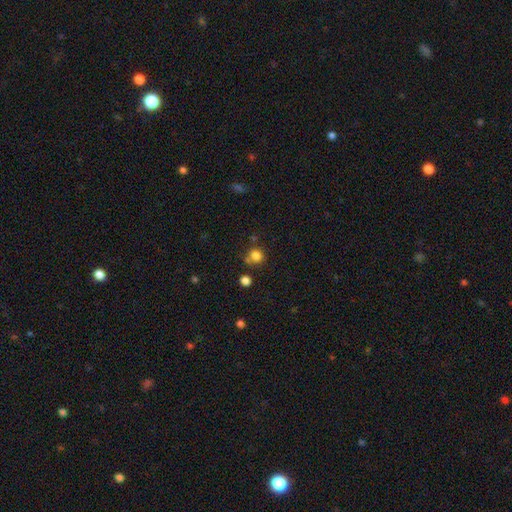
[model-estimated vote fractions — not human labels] Smooth or featured? Predicted: smooth (p=0.81). How rounded? Predicted: round (p=0.90). Merging? Predicted: none (p=0.70).